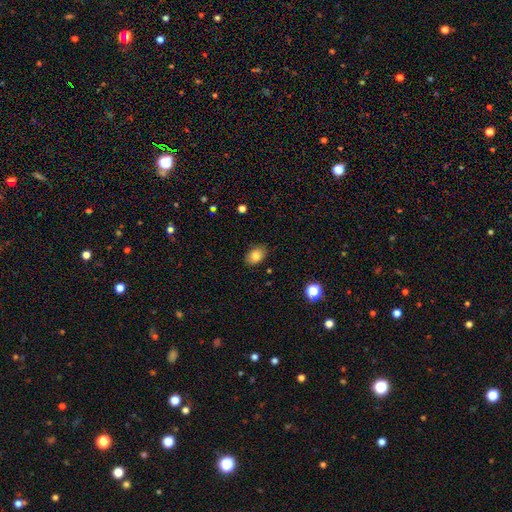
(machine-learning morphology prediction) smooth-or-featured: smooth: 83% | star or artifact: 9% | featured or disk: 8%
  how-rounded: in between: 81% | round: 18% | cigar-shaped: 1%
  merging: none: 86% | minor disturbance: 10% | major disturbance: 2% | merger: 1%